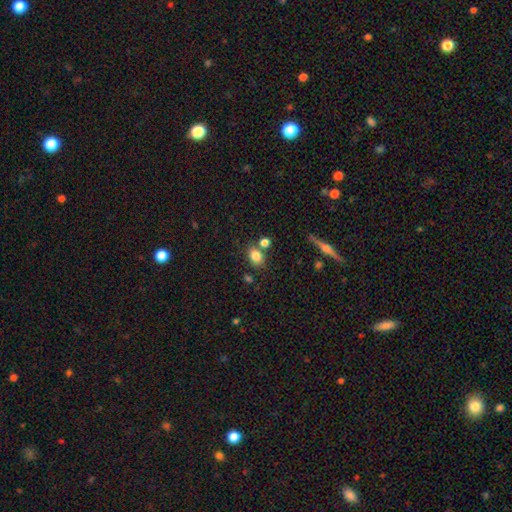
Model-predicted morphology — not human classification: Overall: smooth (81%). How rounded: in between (62%; round 37%). Merging: none (67%).